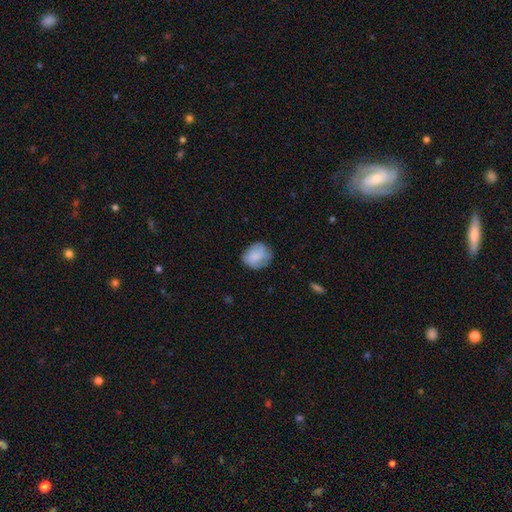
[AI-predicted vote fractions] This appears to be a smooth galaxy with no disk features (75%) that is round (67%). Merging: none (69%).